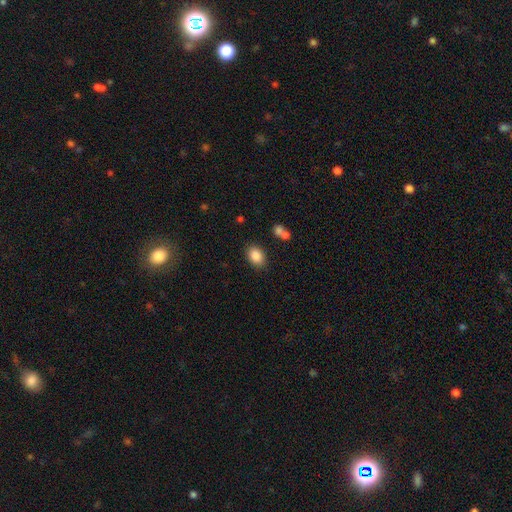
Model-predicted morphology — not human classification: type=smooth (86%); roundness=in between (75%); merging=none (83%).